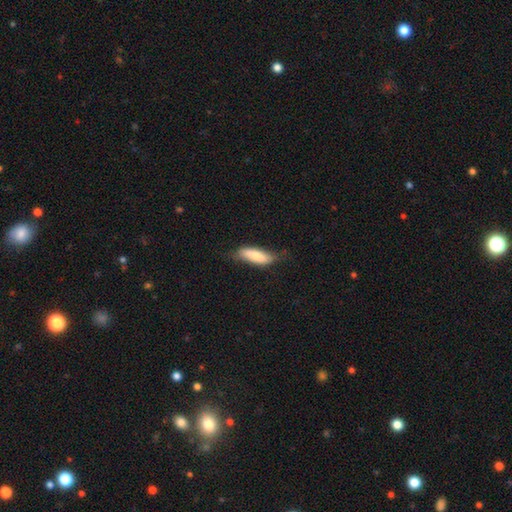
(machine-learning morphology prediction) smooth-or-featured: smooth: 74% | featured or disk: 20% | star or artifact: 5%
  how-rounded: in between: 57% | cigar-shaped: 42% | round: 2%
  merging: none: 61% | minor disturbance: 30% | major disturbance: 8% | merger: 2%